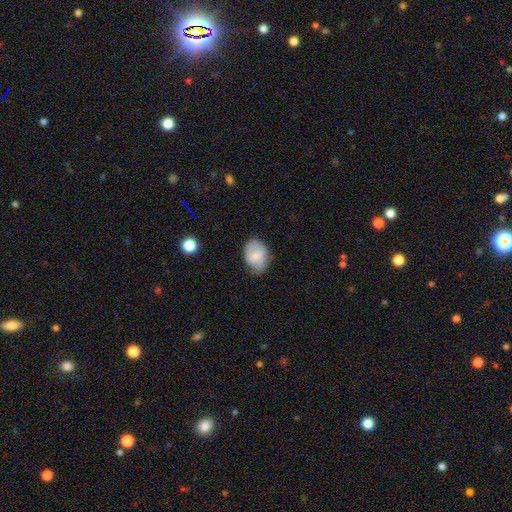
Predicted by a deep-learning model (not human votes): Smooth or featured? smooth (63%)
How rounded? in between (76%)
Merging? none (65%)